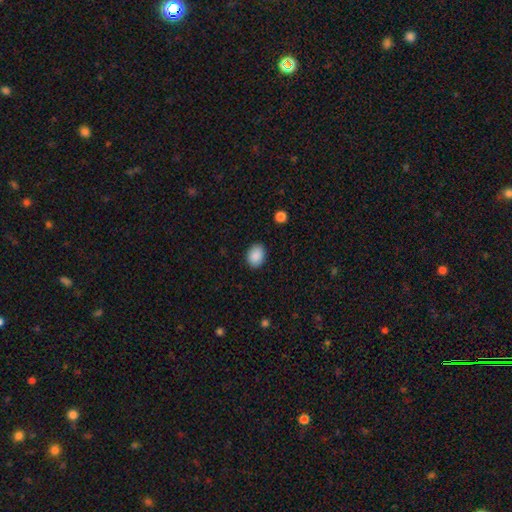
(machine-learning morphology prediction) Smooth or featured?
  - smooth: 89% *
  - star or artifact: 8%
  - featured or disk: 3%
How rounded?
  - in between: 64% *
  - round: 35%
  - cigar-shaped: 1%
Merging?
  - none: 88% *
  - minor disturbance: 9%
  - major disturbance: 2%
  - merger: 1%